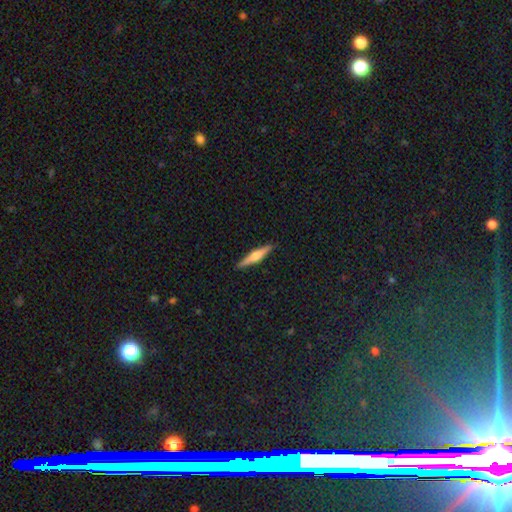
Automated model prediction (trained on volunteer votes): Smooth or featured?
  - featured or disk: 65% *
  - smooth: 30%
  - star or artifact: 6%
Edge-on disk?
  - yes: 98% *
  - no: 2%
Edge-on bulge?
  - rounded: 90% *
  - boxy: 6%
  - none: 4%
Merging?
  - none: 91% *
  - minor disturbance: 6%
  - major disturbance: 1%
  - merger: 1%